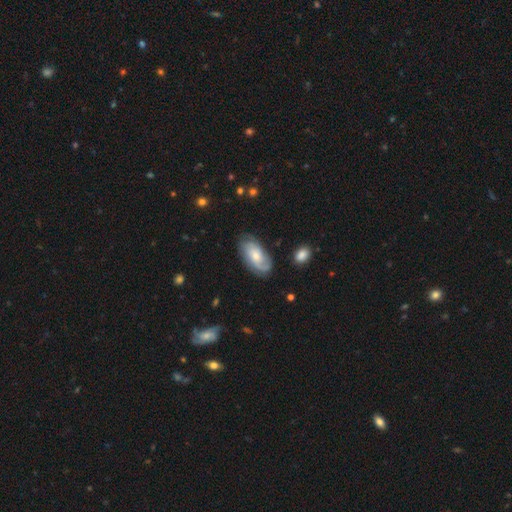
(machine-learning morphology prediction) A featured or disk galaxy (59%) with no bar (70%), spiral arms (88%) and a small central bulge (47%). Merging: none (73%).